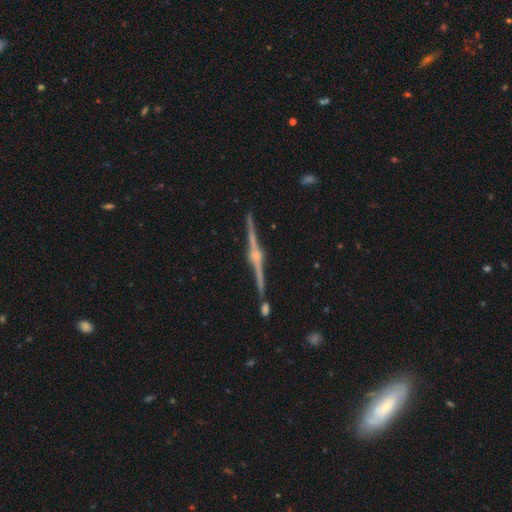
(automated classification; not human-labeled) featured or disk 90%, star or artifact 6%, smooth 4%. Down the decision tree: edge-on disk — yes (99%); edge-on bulge — rounded (87%); merging — none (87%).